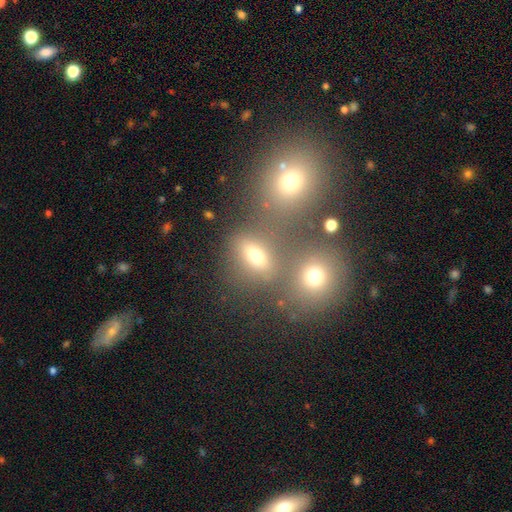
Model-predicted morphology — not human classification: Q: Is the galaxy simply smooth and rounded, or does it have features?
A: smooth — 65%.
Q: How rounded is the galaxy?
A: in between — 55%.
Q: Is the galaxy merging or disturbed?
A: none — 55%.